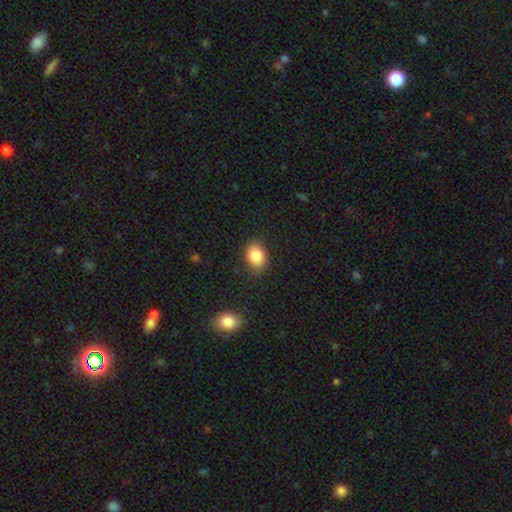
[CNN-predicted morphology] This is clearly a smooth galaxy (85%). How rounded: likely in between (71%). Merging: clearly none (84%).